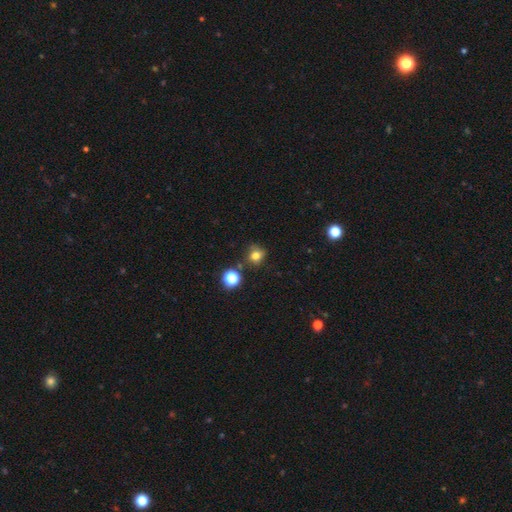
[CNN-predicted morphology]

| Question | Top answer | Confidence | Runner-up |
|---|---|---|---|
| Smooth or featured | smooth | 74% | star or artifact (17%) |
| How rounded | round | 78% | in between (20%) |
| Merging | none | 74% | minor disturbance (16%) |